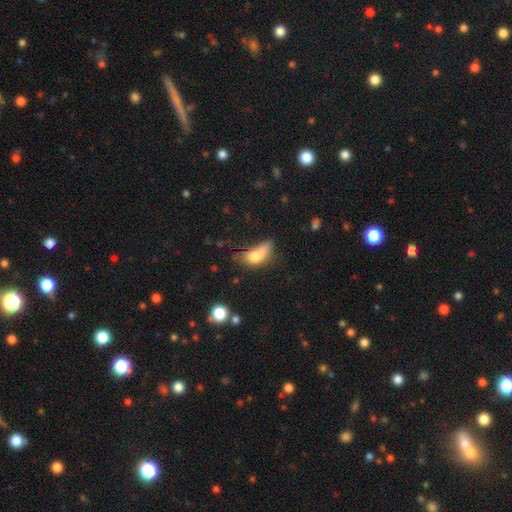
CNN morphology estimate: Smooth or featured? Predicted: smooth (p=0.72). How rounded? Predicted: in between (p=0.78). Merging? Predicted: minor disturbance (p=0.29).